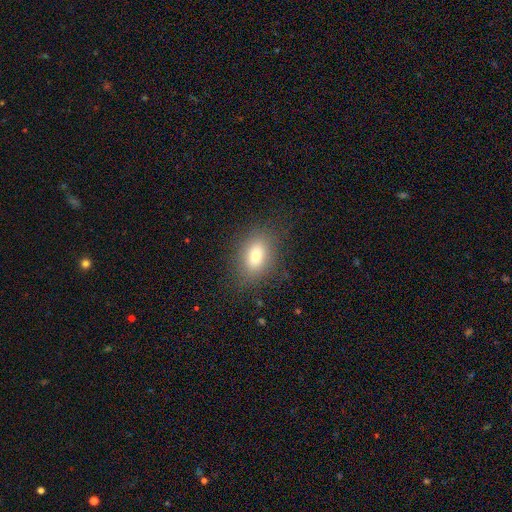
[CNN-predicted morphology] Q: Smooth or featured?
A: smooth (75%); runner-up: featured or disk (13%)
Q: How rounded?
A: in between (76%); runner-up: round (22%)
Q: Merging?
A: none (84%); runner-up: minor disturbance (11%)